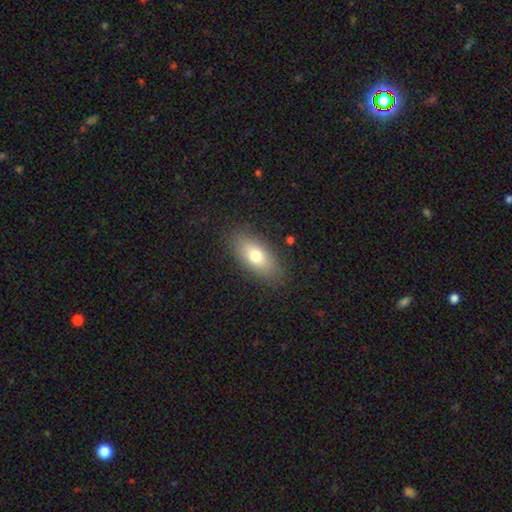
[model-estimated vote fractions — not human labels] Q: Smooth or featured?
A: smooth (73%); runner-up: featured or disk (18%)
Q: How rounded?
A: in between (83%); runner-up: cigar-shaped (11%)
Q: Merging?
A: none (85%); runner-up: minor disturbance (11%)